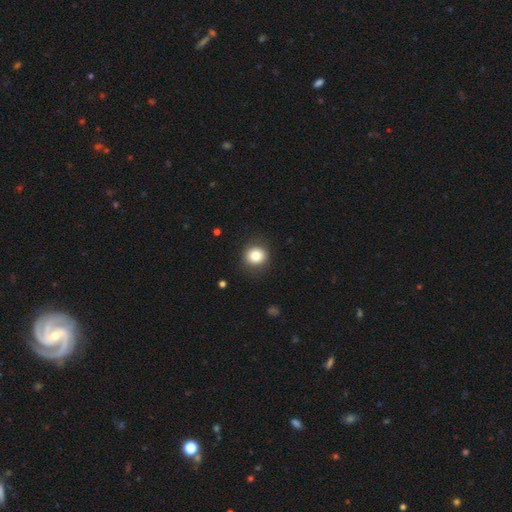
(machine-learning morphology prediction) type=smooth (80%); roundness=round (89%); merging=none (88%).